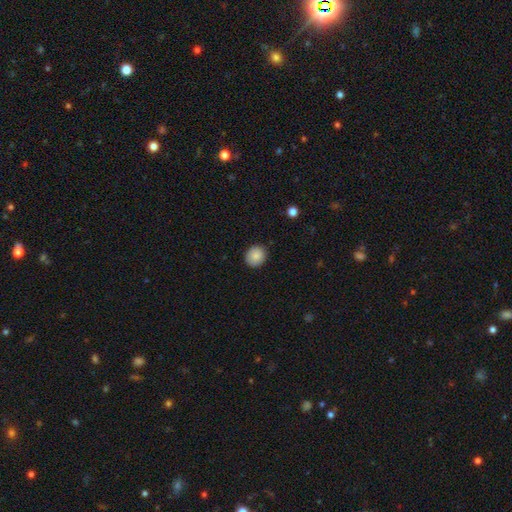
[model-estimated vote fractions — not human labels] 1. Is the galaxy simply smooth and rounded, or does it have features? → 87% smooth, 8% star or artifact, 5% featured or disk.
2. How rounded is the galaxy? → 75% round, 24% in between, 1% cigar-shaped.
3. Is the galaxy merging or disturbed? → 88% none, 9% minor disturbance, 2% major disturbance, 1% merger.